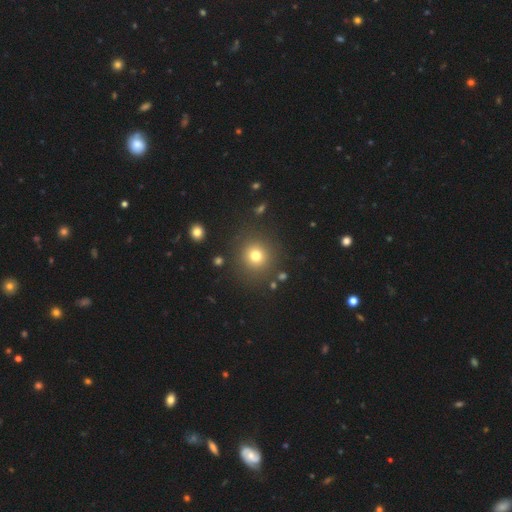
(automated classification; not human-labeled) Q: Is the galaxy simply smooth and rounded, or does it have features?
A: smooth — 76%.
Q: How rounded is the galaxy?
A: round — 93%.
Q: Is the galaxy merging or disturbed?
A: none — 87%.